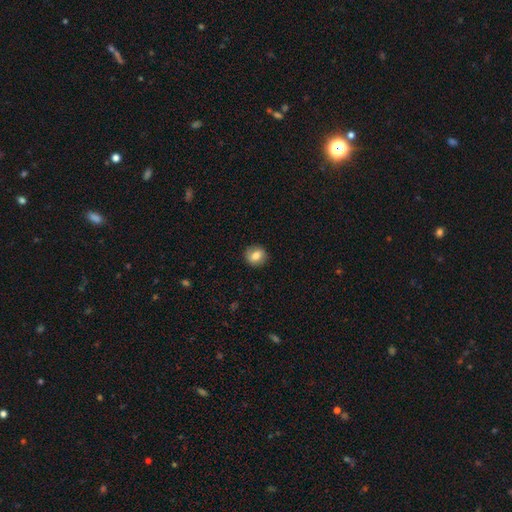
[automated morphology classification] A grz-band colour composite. It shows a smooth galaxy with no disk features (75%) that is round (77%). Merging: none (87%).